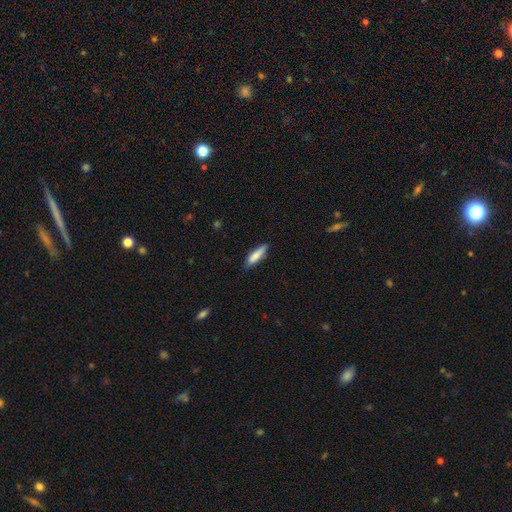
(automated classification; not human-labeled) Smooth or featured? Predicted: smooth (p=0.81). How rounded? Predicted: cigar-shaped (p=0.71). Merging? Predicted: none (p=0.80).